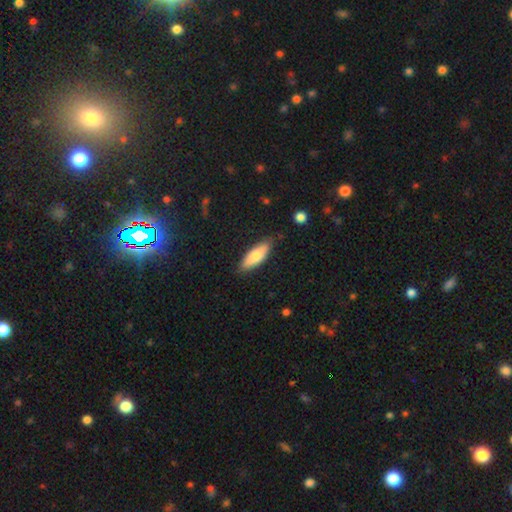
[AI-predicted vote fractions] This appears to be a smooth galaxy with no disk features (74%) that is in between round and cigar-shaped (63%). Merging: none (82%).